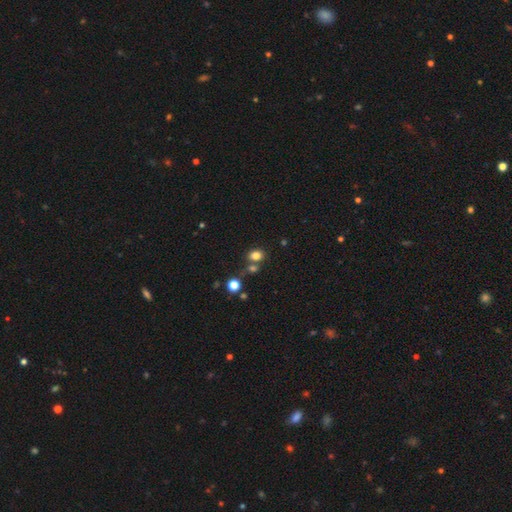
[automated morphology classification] The model was most divided on "how rounded": in between: 53%, round: 45%, cigar-shaped: 1%. More confident: smooth or featured — smooth (79%); merging — none (59%).